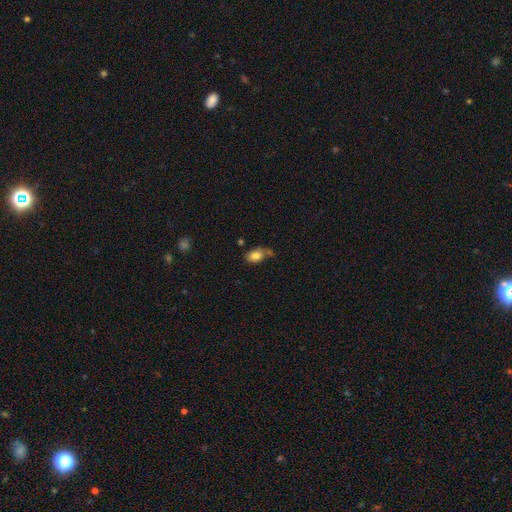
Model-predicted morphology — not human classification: A smooth galaxy with no disk features (79%) that is in between round and cigar-shaped (83%). Merging: none (44%).